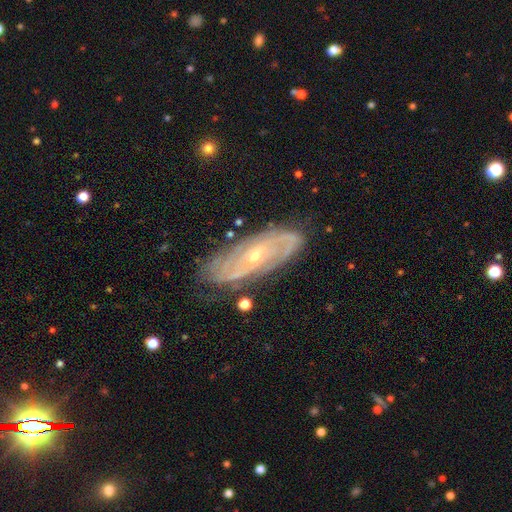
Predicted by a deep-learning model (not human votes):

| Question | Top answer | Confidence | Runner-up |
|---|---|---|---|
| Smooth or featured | featured or disk | 83% | smooth (10%) |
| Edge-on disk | no | 88% | yes (12%) |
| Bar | no | 57% | weak (32%) |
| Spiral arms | yes | 93% | no (7%) |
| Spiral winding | tight | 60% | medium (31%) |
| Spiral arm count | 2 | 39% | can't tell (32%) |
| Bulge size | small | 70% | moderate (27%) |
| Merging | none | 80% | minor disturbance (14%) |